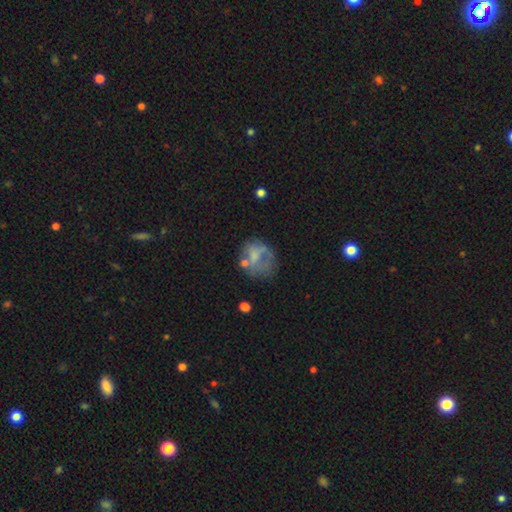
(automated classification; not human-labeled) Smooth or featured?
  - smooth: 46% *
  - featured or disk: 43%
  - star or artifact: 11%
Merging?
  - none: 39% *
  - major disturbance: 29%
  - minor disturbance: 23%
  - merger: 9%